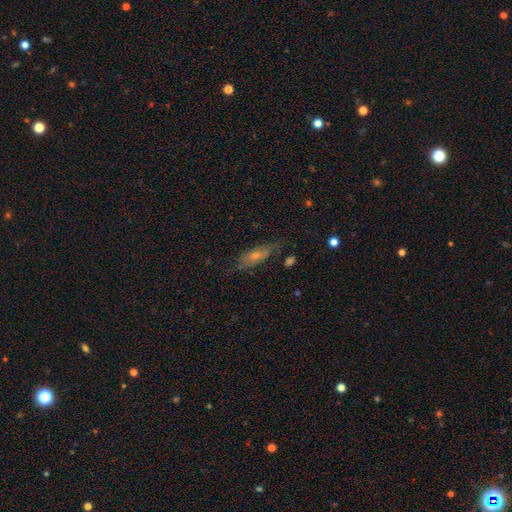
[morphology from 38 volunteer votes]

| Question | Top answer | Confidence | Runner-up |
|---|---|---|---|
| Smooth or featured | featured or disk | 55% | smooth (39%) |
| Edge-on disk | yes | 52% | no (48%) |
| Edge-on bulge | rounded | 73% | none (18%) |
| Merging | none | 67% | minor disturbance (17%) |